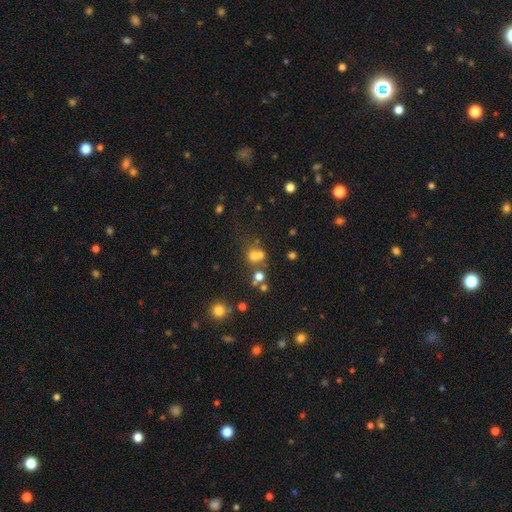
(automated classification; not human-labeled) smooth 59%, star or artifact 24%, featured or disk 17%. Down the decision tree: how rounded — round (77%); merging — merger (47%).